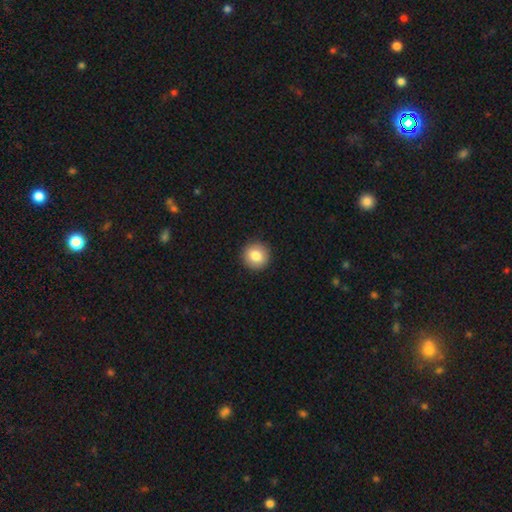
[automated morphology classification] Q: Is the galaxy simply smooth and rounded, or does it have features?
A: smooth — 84%.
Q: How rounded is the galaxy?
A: round — 93%.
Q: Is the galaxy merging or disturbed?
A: none — 93%.